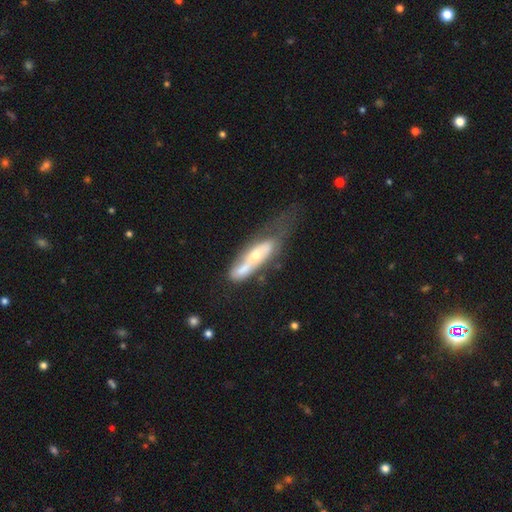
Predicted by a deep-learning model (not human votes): Smooth or featured? featured or disk (56%)
Edge-on disk? no (68%)
Merging? major disturbance (32%)